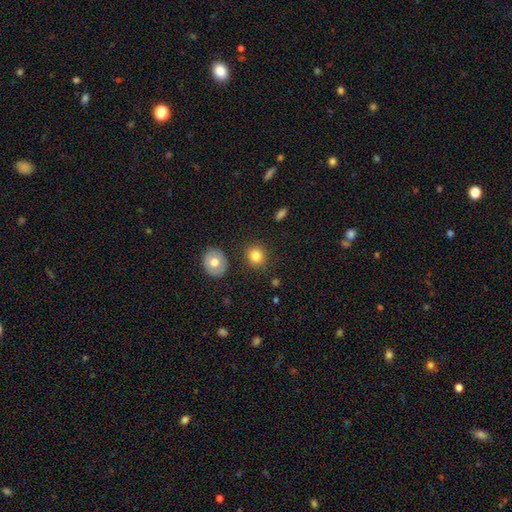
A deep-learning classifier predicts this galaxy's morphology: Smooth or featured: smooth — 81% (star or artifact — 10%)
How rounded: round — 80% (in between — 19%)
Merging: none — 85% (minor disturbance — 9%)